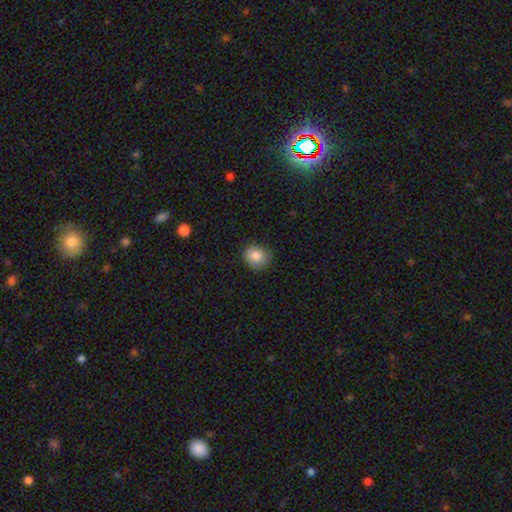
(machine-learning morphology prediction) The model was most divided on "how rounded": round: 75%, in between: 25%, cigar-shaped: 1%. More confident: smooth or featured — smooth (85%); merging — none (80%).